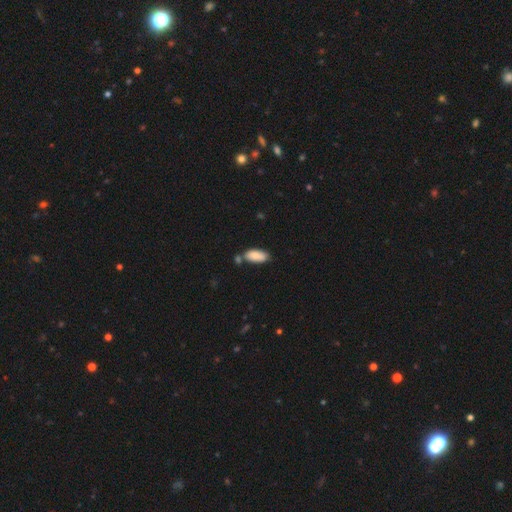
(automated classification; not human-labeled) This is clearly a smooth galaxy (85%). How rounded: clearly in between (88%). Merging: likely none (62%).